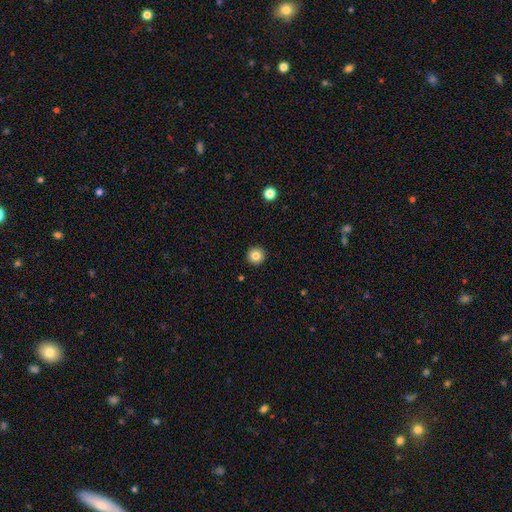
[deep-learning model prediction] Smooth or featured? Predicted: smooth (p=0.84). How rounded? Predicted: round (p=0.96). Merging? Predicted: none (p=0.93).